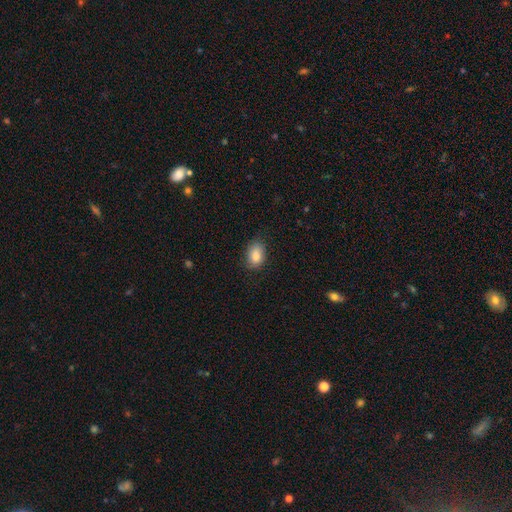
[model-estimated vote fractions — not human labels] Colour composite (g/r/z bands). It shows a smooth galaxy with no disk features (85%) that is in between round and cigar-shaped (80%). Merging: none (82%).